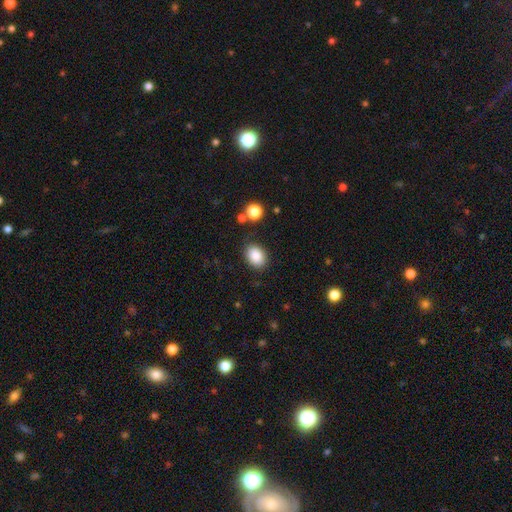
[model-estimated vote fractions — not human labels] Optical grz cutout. It shows a smooth galaxy with no disk features (87%) that is in between round and cigar-shaped (69%). Merging: none (83%).